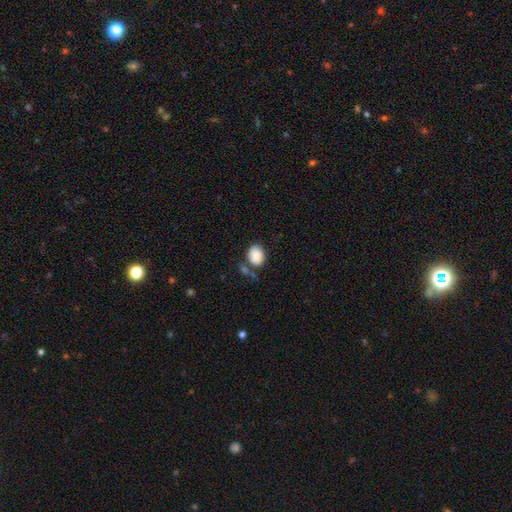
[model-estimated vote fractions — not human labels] Smooth or featured? Predicted: smooth (p=0.88). How rounded? Predicted: in between (p=0.58). Merging? Predicted: none (p=0.61).